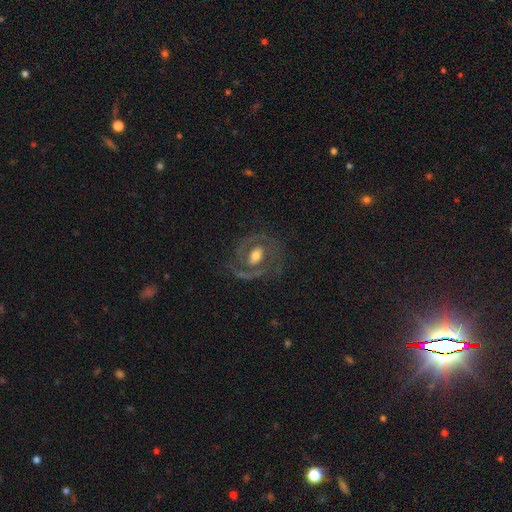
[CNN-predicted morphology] This appears to be a featured or disk galaxy (80%) with no bar (46%), 2 (62%) tight (47%) spiral arms (78%) and a moderate central bulge (65%). Merging: none (70%).